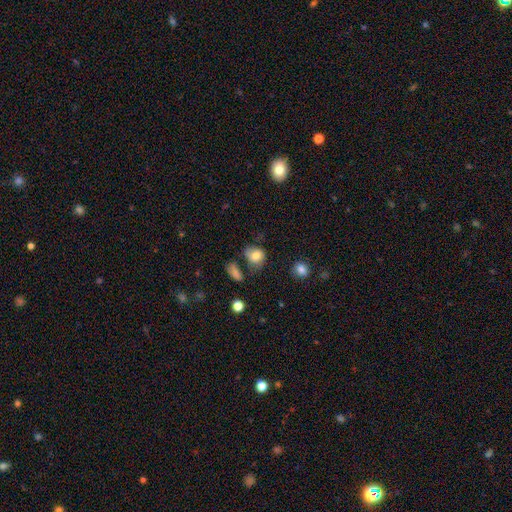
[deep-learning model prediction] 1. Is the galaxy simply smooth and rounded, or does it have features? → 74% smooth, 16% featured or disk, 10% star or artifact.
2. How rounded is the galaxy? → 57% round, 42% in between, 1% cigar-shaped.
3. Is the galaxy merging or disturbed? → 38% none, 31% minor disturbance, 20% major disturbance, 10% merger.